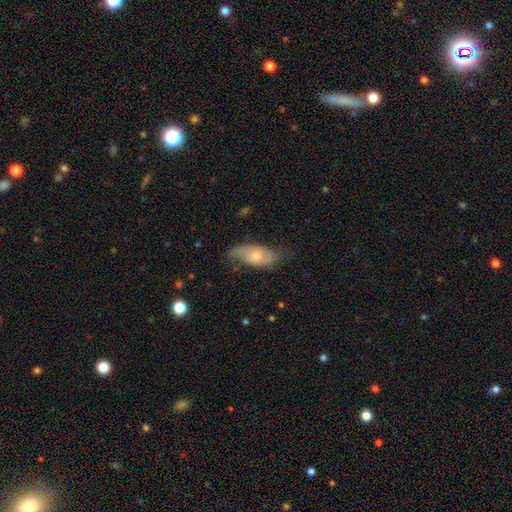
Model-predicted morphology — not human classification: Overall: featured or disk (50%; smooth 43%). Edge-on disk: no (88%). Merging: none (54%; minor disturbance 30%).